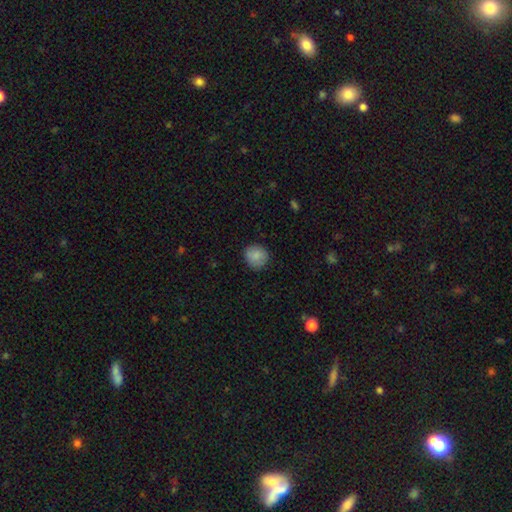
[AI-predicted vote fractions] Smooth or featured? smooth (87%)
How rounded? round (88%)
Merging? none (85%)